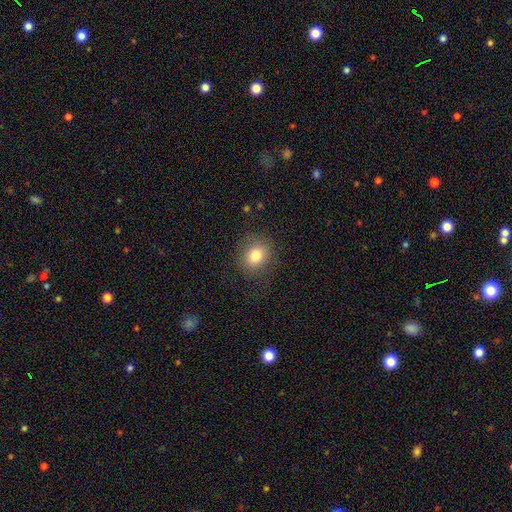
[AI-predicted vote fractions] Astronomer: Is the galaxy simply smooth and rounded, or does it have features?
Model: smooth — 81%.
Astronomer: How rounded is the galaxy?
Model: round — 68%.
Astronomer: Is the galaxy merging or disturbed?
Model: none — 84%.